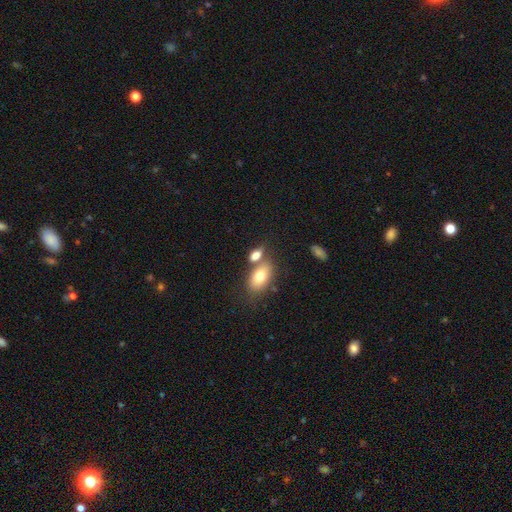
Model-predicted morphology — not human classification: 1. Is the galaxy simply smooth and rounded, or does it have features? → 77% smooth, 14% featured or disk, 9% star or artifact.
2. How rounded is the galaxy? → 80% in between, 14% round, 6% cigar-shaped.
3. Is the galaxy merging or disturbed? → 47% none, 37% merger, 11% minor disturbance, 5% major disturbance.